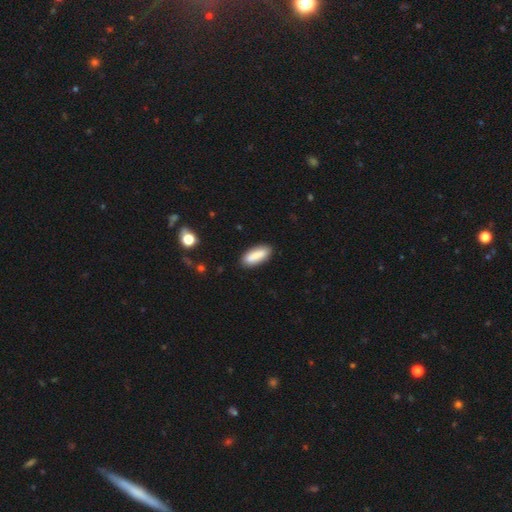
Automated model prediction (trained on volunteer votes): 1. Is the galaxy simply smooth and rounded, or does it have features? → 85% smooth, 9% featured or disk, 6% star or artifact.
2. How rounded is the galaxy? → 69% in between, 29% cigar-shaped, 2% round.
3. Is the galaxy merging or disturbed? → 85% none, 11% minor disturbance, 2% major disturbance, 2% merger.